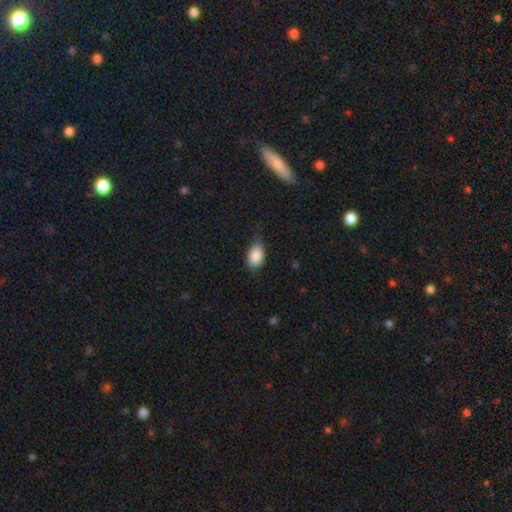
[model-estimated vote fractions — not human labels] This appears to be a smooth galaxy with no disk features (86%) that is in between round and cigar-shaped (88%). Merging: none (53%).